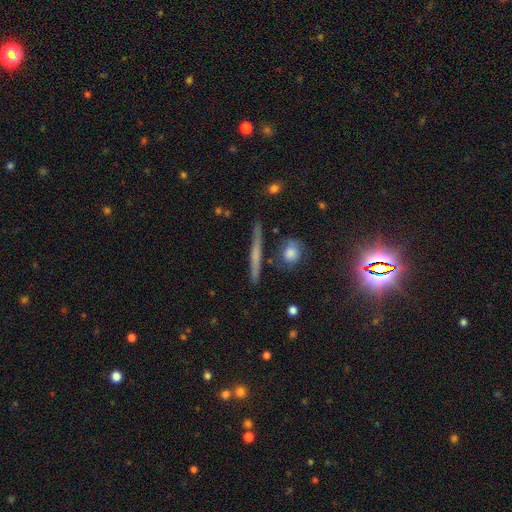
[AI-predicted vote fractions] The model was most divided on "smooth or featured": featured or disk: 50%, smooth: 38%, star or artifact: 12%. More confident: merging — none (86%).